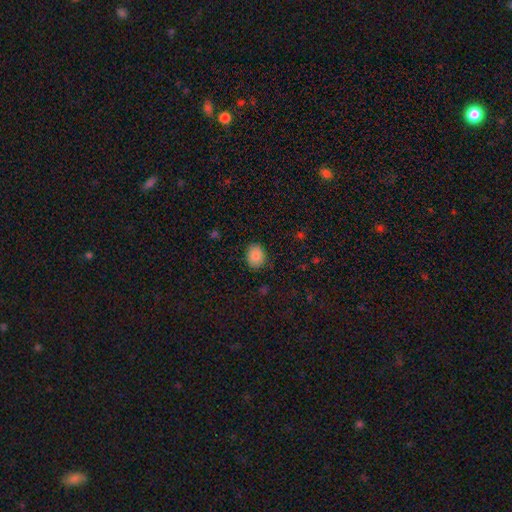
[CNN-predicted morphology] Smooth or featured? smooth (85%)
How rounded? round (53%)
Merging? none (84%)